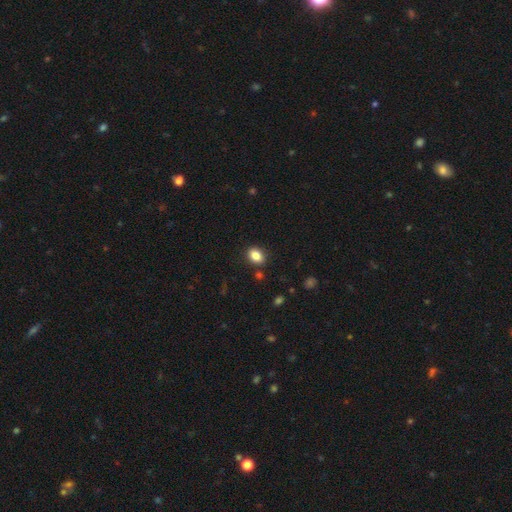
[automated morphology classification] Smooth or featured? Predicted: smooth (p=0.85). How rounded? Predicted: in between (p=0.74). Merging? Predicted: none (p=0.86).